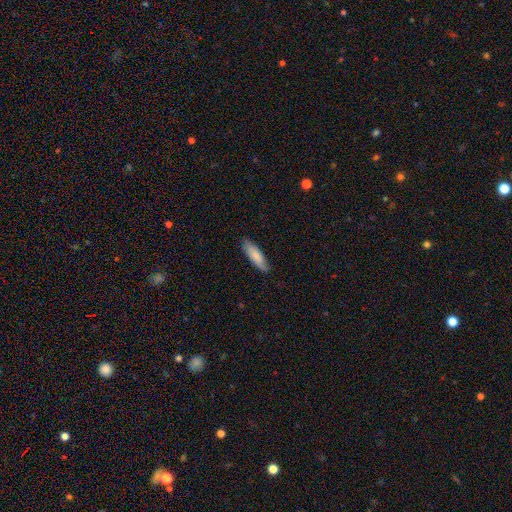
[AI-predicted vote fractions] smooth 76%, featured or disk 19%, star or artifact 6%. Down the decision tree: how rounded — cigar-shaped (54%); merging — none (79%).